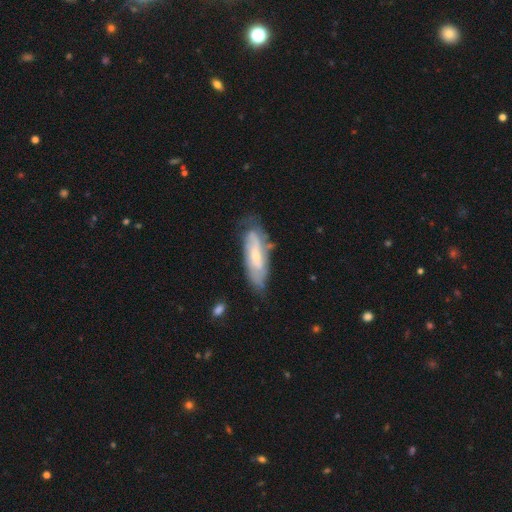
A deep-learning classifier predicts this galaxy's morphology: Smooth or featured? featured or disk (61%)
Edge-on disk? no (78%)
Merging? none (61%)